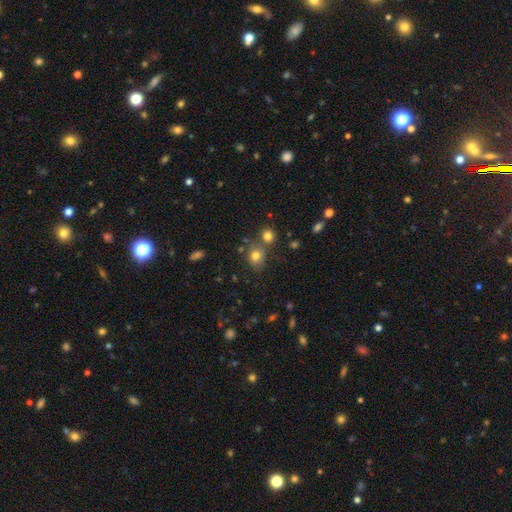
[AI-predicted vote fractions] Smooth or featured?
  - smooth: 77% *
  - star or artifact: 13%
  - featured or disk: 10%
How rounded?
  - round: 57% *
  - in between: 41%
  - cigar-shaped: 1%
Merging?
  - none: 61% *
  - merger: 21%
  - minor disturbance: 13%
  - major disturbance: 5%